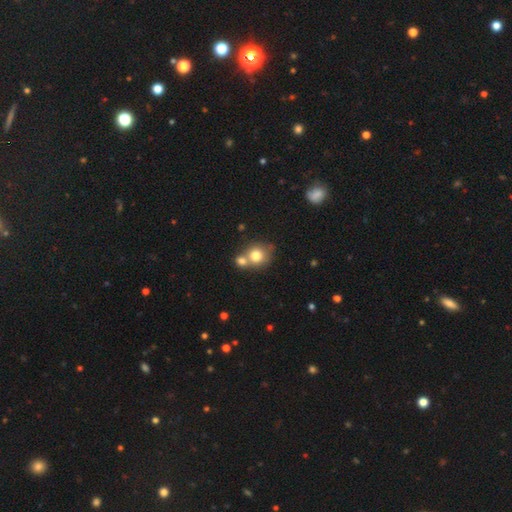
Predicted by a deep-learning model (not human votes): Q: Smooth or featured?
A: smooth (76%); runner-up: featured or disk (13%)
Q: How rounded?
A: round (81%); runner-up: in between (18%)
Q: Merging?
A: merger (46%); runner-up: none (42%)